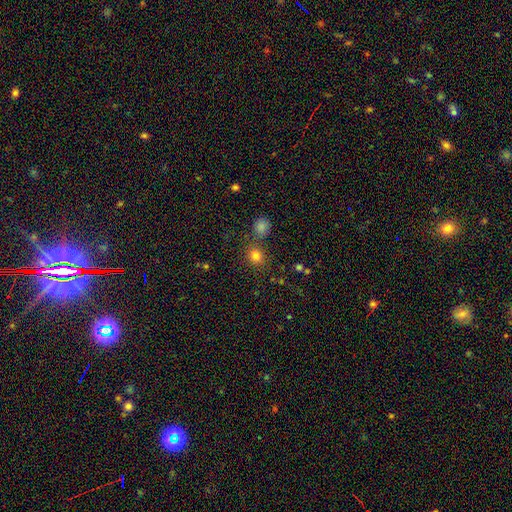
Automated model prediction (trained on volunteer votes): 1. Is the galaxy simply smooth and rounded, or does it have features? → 80% smooth, 14% star or artifact, 6% featured or disk.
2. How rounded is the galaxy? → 80% round, 19% in between, 1% cigar-shaped.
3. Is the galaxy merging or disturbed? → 70% none, 18% merger, 9% minor disturbance, 4% major disturbance.